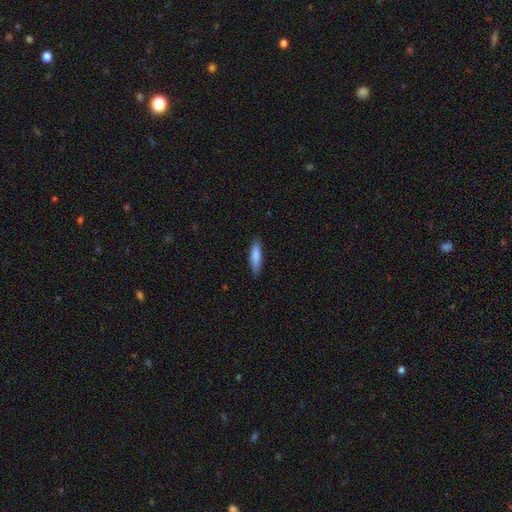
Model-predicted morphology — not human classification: This appears to be a smooth galaxy with no disk features (83%) that is cigar-shaped (76%). Merging: none (88%).